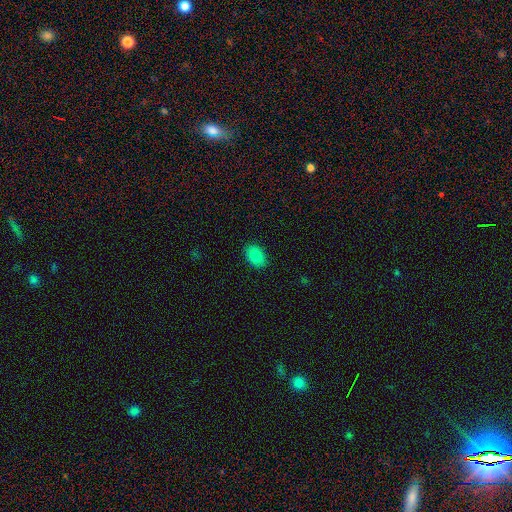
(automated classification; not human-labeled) Smooth or featured? Predicted: smooth (p=0.83). How rounded? Predicted: in between (p=0.86). Merging? Predicted: none (p=0.89).